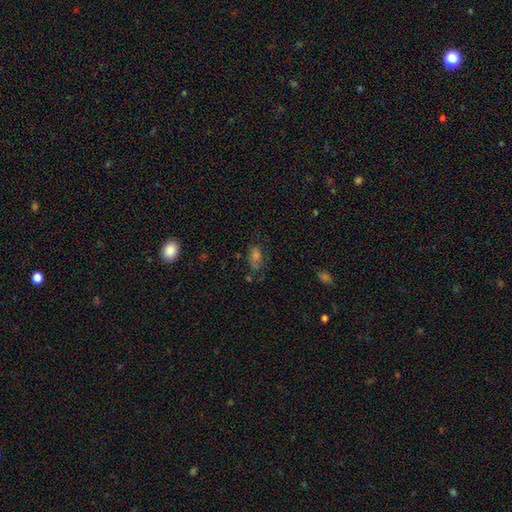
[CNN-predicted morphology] Overall: smooth (52%; star or artifact 28%). How rounded: in between (80%). Merging: none (63%).